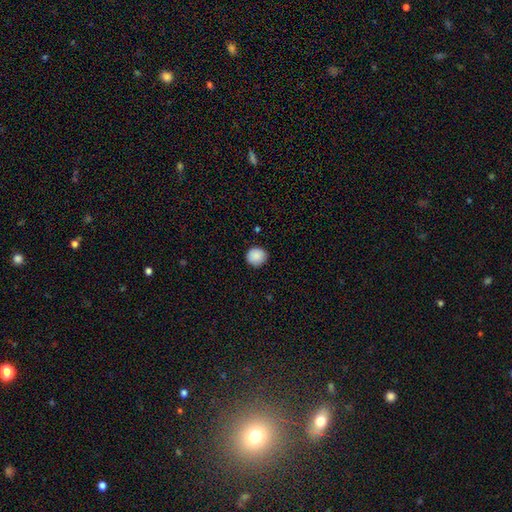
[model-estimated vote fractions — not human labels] This is clearly a smooth galaxy (89%). How rounded: clearly round (90%). Merging: clearly none (89%).